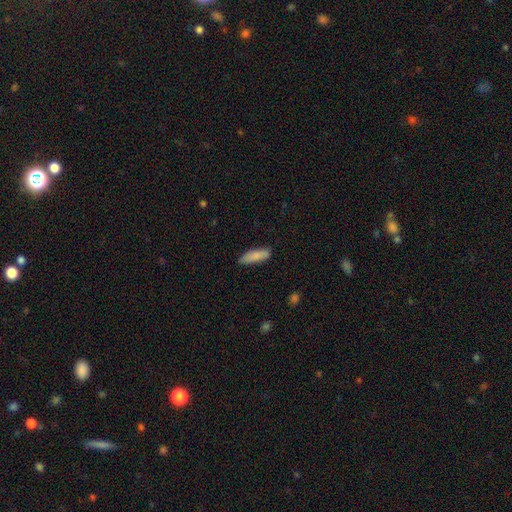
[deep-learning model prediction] A smooth galaxy with no disk features (84%) that is cigar-shaped (53%). Merging: none (79%).